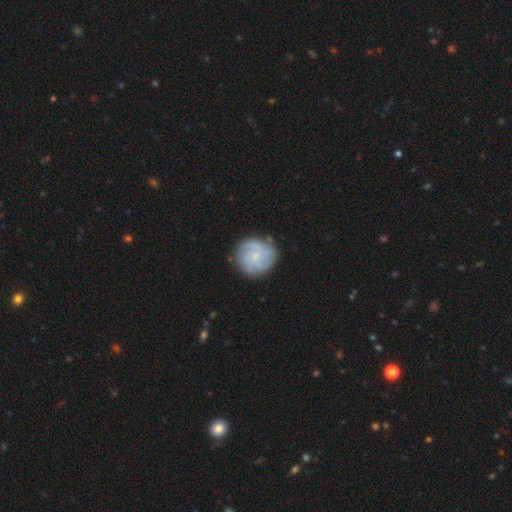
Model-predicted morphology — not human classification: Smooth or featured?
  - featured or disk: 67% *
  - smooth: 27%
  - star or artifact: 6%
Edge-on disk?
  - no: 98% *
  - yes: 2%
Bar?
  - no: 70% *
  - weak: 27%
  - strong: 4%
Spiral arms?
  - yes: 91% *
  - no: 9%
Spiral winding?
  - tight: 55% *
  - medium: 34%
  - loose: 11%
Spiral arm count?
  - can't tell: 30% *
  - 4: 25%
  - 3: 23%
  - 2: 10%
  - more than 4: 7%
  - 1: 6%
Bulge size?
  - small: 68% *
  - moderate: 18%
  - none: 11%
  - large: 1%
  - dominant: 1%
Merging?
  - none: 80% *
  - minor disturbance: 14%
  - major disturbance: 4%
  - merger: 2%